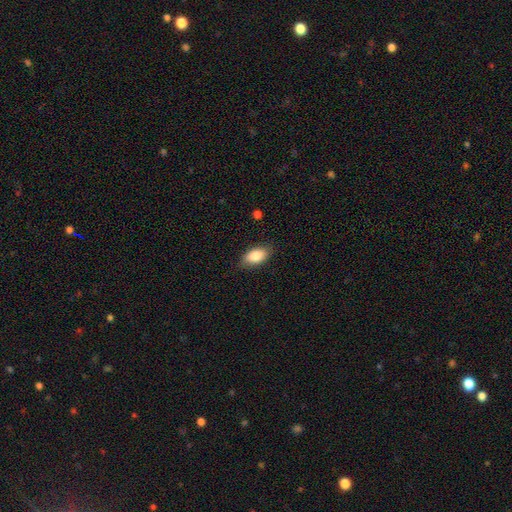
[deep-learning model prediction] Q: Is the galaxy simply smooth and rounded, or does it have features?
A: smooth — 84%.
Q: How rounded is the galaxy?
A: in between — 92%.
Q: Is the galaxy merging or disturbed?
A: none — 81%.